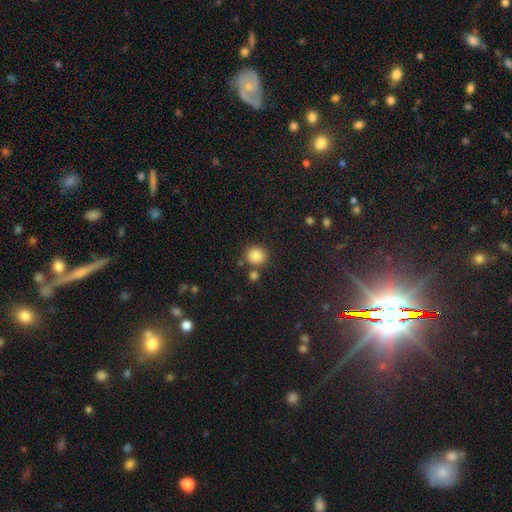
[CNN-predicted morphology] The model was most divided on "merging": none: 77%, merger: 11%, minor disturbance: 9%, major disturbance: 3%. More confident: how rounded — round (86%); smooth or featured — smooth (86%).